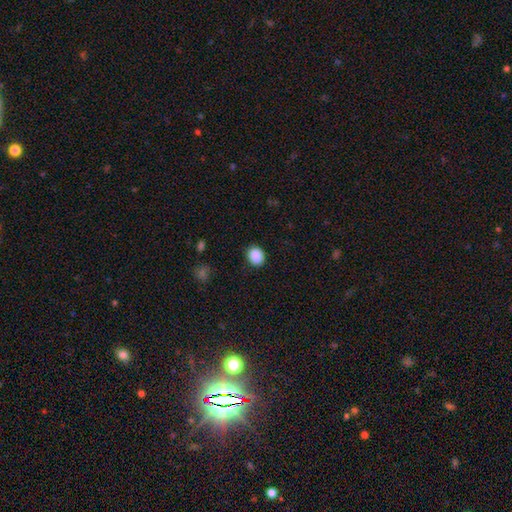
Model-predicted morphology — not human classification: Smooth or featured? Predicted: smooth (p=0.89). How rounded? Predicted: round (p=0.59). Merging? Predicted: none (p=0.86).